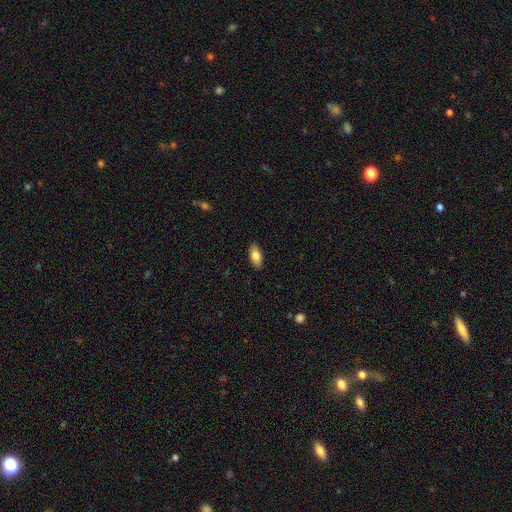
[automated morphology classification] Smooth or featured? Predicted: smooth (p=0.79). How rounded? Predicted: in between (p=0.89). Merging? Predicted: none (p=0.89).